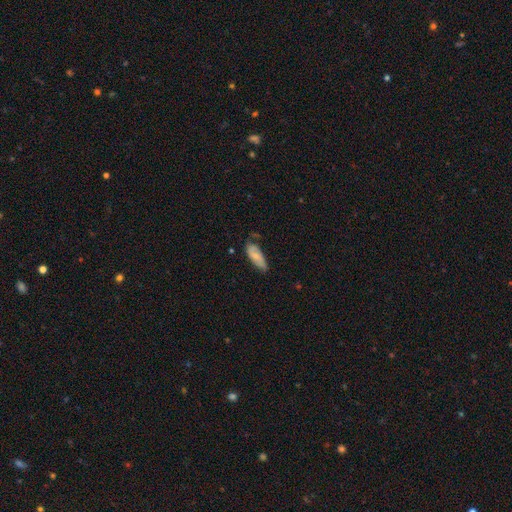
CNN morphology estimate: Smooth or featured? Predicted: smooth (p=0.59). How rounded? Predicted: in between (p=0.80). Merging? Predicted: none (p=0.60).